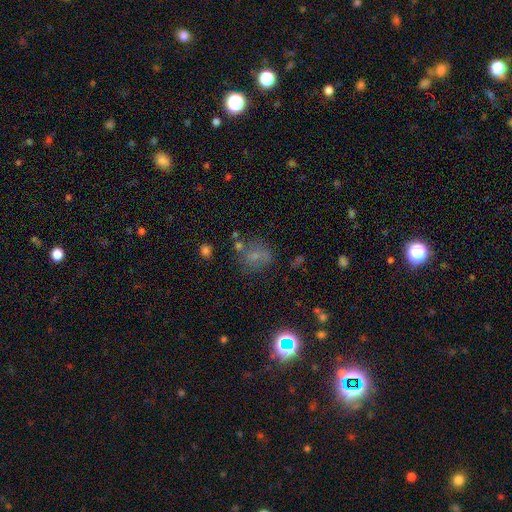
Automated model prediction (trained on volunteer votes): Smooth or featured? Predicted: smooth (p=0.53). How rounded? Predicted: round (p=0.73). Merging? Predicted: none (p=0.62).